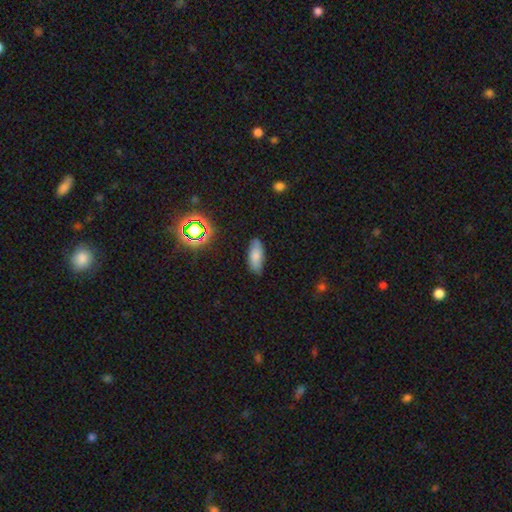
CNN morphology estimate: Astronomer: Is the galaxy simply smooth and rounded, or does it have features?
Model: smooth — 78%.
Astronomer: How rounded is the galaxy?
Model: in between — 80%.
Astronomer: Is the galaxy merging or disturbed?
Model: none — 81%.